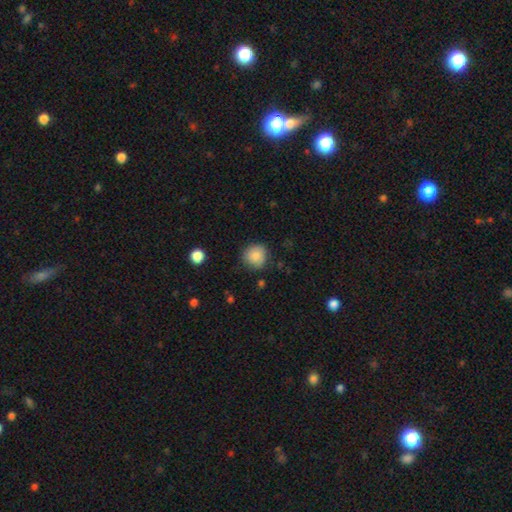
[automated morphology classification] Smooth or featured?
  - smooth: 85% *
  - star or artifact: 8%
  - featured or disk: 7%
How rounded?
  - round: 89% *
  - in between: 10%
  - cigar-shaped: 1%
Merging?
  - none: 78% *
  - minor disturbance: 17%
  - major disturbance: 4%
  - merger: 2%